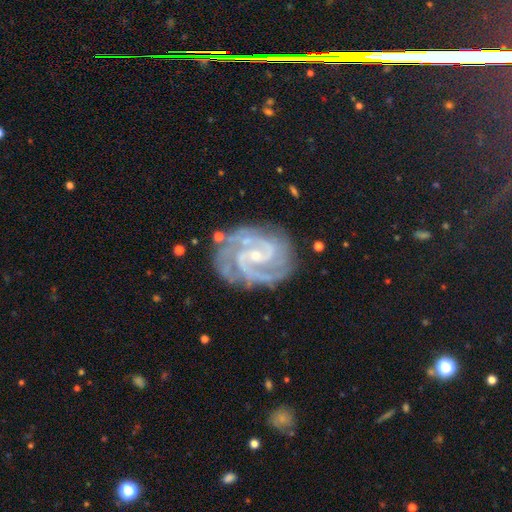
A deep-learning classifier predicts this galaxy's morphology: A featured or disk galaxy (93%) with no bar (42%, tied with weak), 2 (64%) tight (57%) spiral arms (99%) and a small central bulge (75%).

Vote fractions:
- Smooth or featured? featured or disk: 93% / star or artifact: 5% / smooth: 3%
- Edge-on disk? no: 98% / yes: 2%
- Bar? no: 42% (tied) / weak: 42% (tied) / strong: 17%
- Spiral arms? yes: 99% / no: 1%
- Spiral winding? tight: 57% / medium: 39% / loose: 4%
- Spiral arm count? 2: 64% / 3: 19% / can't tell: 6% / 4: 5% / more than 4: 3% / 1: 3%
- Bulge size? small: 75% / moderate: 20% / none: 3% / large: 1% / dominant: 1%
- Merging? none: 75% / minor disturbance: 17% / major disturbance: 6% / merger: 2%